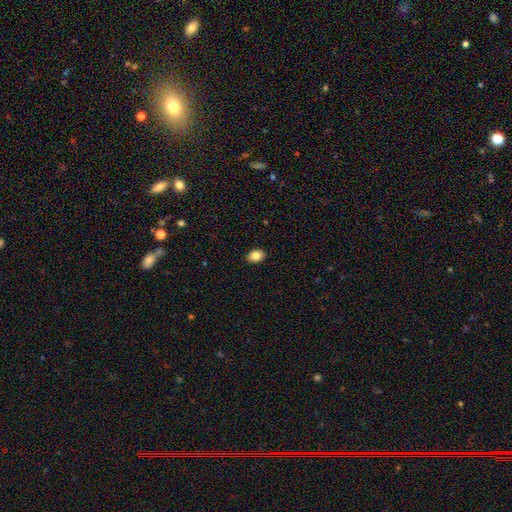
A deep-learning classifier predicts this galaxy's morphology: Overall: smooth (84%). How rounded: in between (81%). Merging: none (90%).